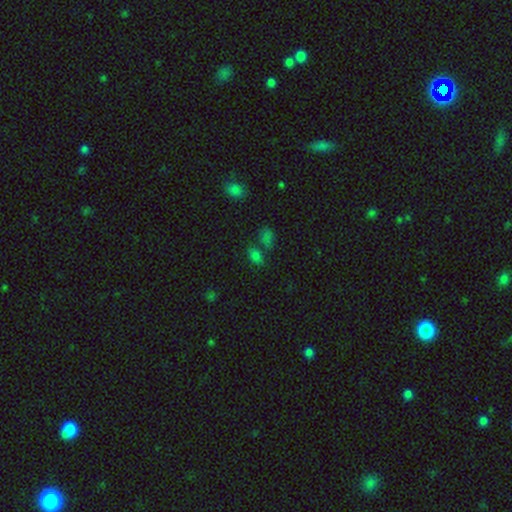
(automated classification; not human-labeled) smooth_or_featured: smooth (p=0.66) [alt: star or artifact p=0.27]
how_rounded: in between (p=0.79) [alt: round p=0.18]
merging: none (p=0.55) [alt: merger p=0.25]